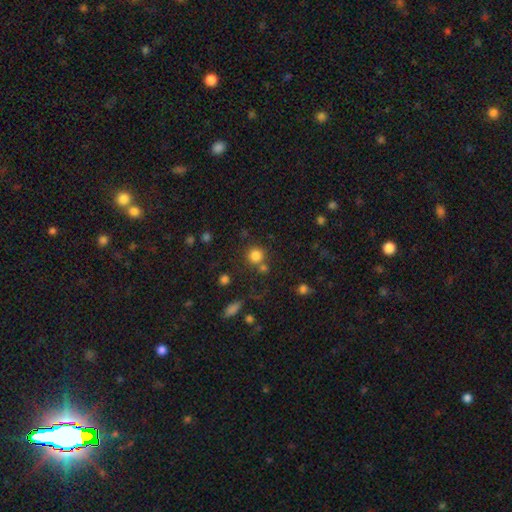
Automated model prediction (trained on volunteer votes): The model was most divided on "merging": none: 71%, merger: 16%, minor disturbance: 9%, major disturbance: 4%. More confident: how rounded — round (91%); smooth or featured — smooth (81%).